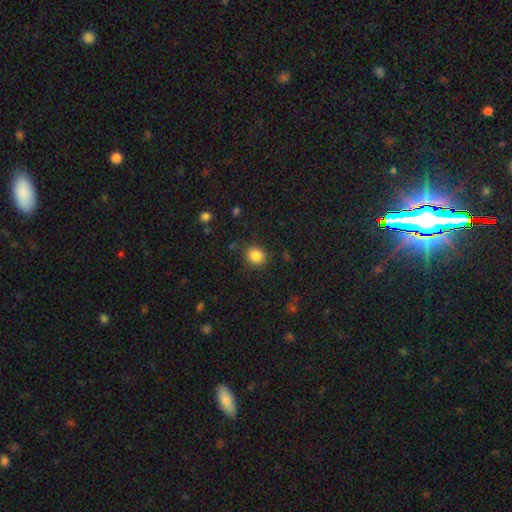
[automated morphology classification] The model was most divided on "how rounded": round: 76%, in between: 23%, cigar-shaped: 1%. More confident: merging — none (86%); smooth or featured — smooth (85%).